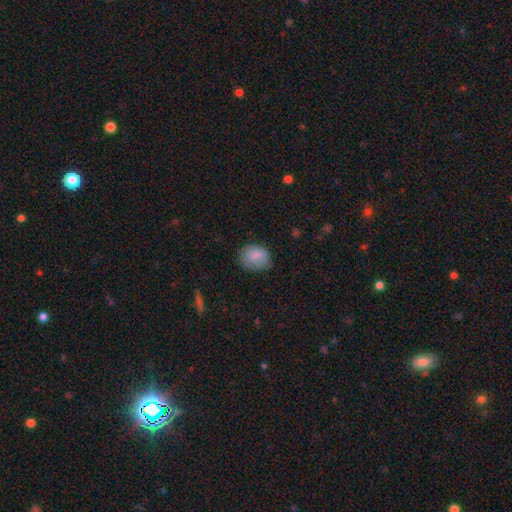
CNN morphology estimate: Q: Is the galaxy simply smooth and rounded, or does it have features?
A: smooth — 82%.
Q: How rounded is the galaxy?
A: in between — 50%.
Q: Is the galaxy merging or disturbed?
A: none — 69%.